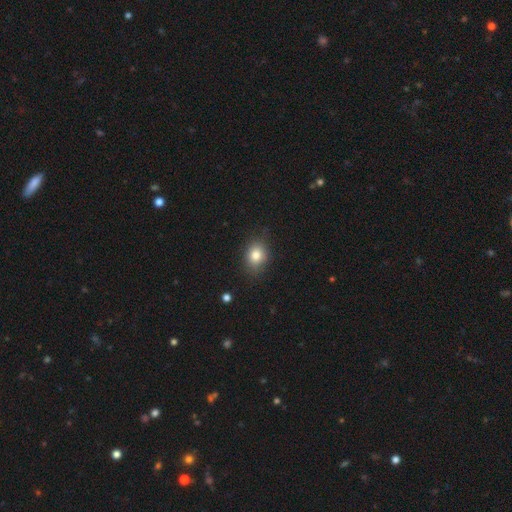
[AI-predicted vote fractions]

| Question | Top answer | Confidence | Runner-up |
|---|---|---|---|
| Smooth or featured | smooth | 81% | star or artifact (11%) |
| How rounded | in between | 53% | round (46%) |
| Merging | none | 81% | minor disturbance (14%) |